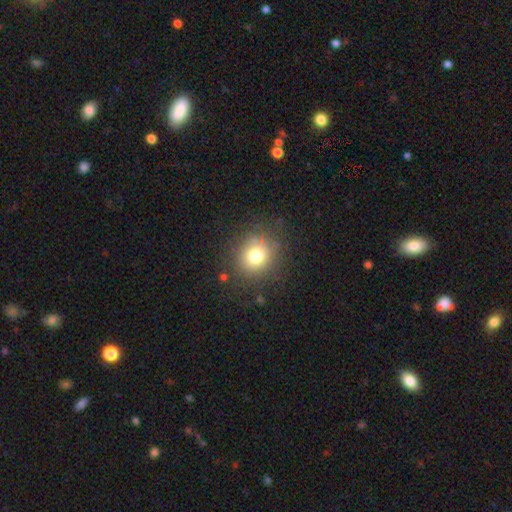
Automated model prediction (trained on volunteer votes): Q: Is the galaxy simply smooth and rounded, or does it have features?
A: smooth — 74%.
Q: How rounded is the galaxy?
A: round — 83%.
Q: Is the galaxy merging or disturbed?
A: none — 82%.